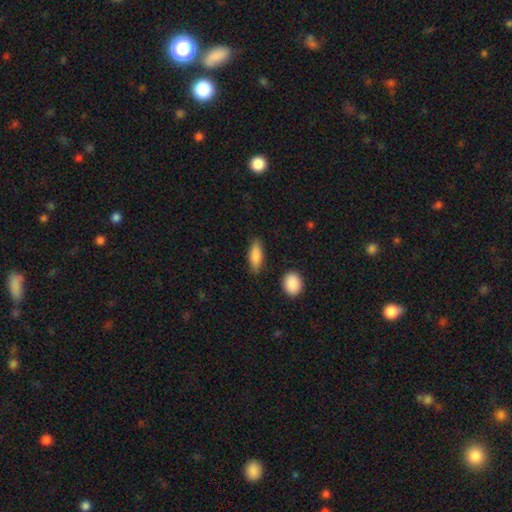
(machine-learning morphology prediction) The model was most divided on "how rounded": in between: 69%, cigar-shaped: 28%, round: 3%. More confident: smooth or featured — smooth (85%); merging — none (84%).